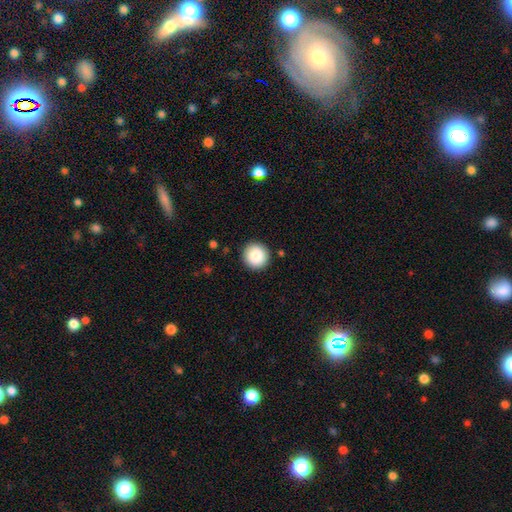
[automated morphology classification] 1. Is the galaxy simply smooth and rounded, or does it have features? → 87% smooth, 8% star or artifact, 5% featured or disk.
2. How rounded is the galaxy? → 96% round, 4% in between, 1% cigar-shaped.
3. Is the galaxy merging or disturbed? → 91% none, 6% minor disturbance, 2% major disturbance, 1% merger.